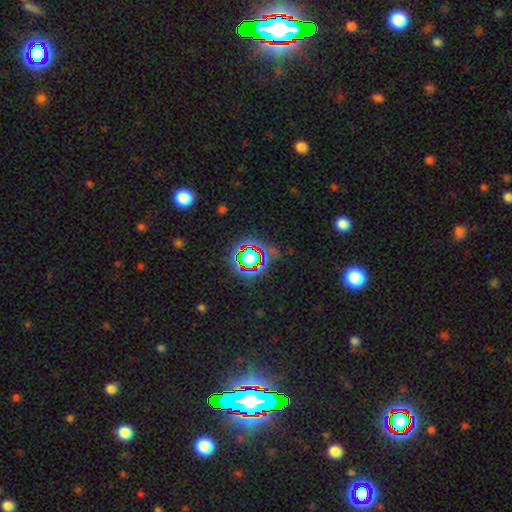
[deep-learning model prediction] star or artifact 78%, smooth 13%, featured or disk 9%.